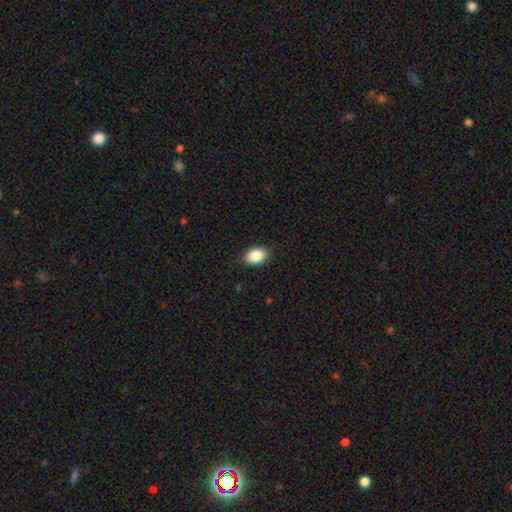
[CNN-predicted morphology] Smooth or featured?
  - smooth: 87% *
  - star or artifact: 8%
  - featured or disk: 5%
How rounded?
  - in between: 83% *
  - round: 16%
  - cigar-shaped: 1%
Merging?
  - none: 87% *
  - minor disturbance: 10%
  - major disturbance: 2%
  - merger: 1%